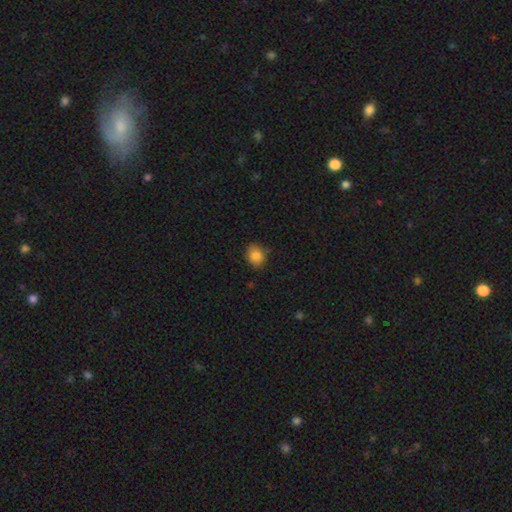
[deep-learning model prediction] Smooth or featured? Predicted: smooth (p=0.86). How rounded? Predicted: round (p=0.51). Merging? Predicted: none (p=0.79).